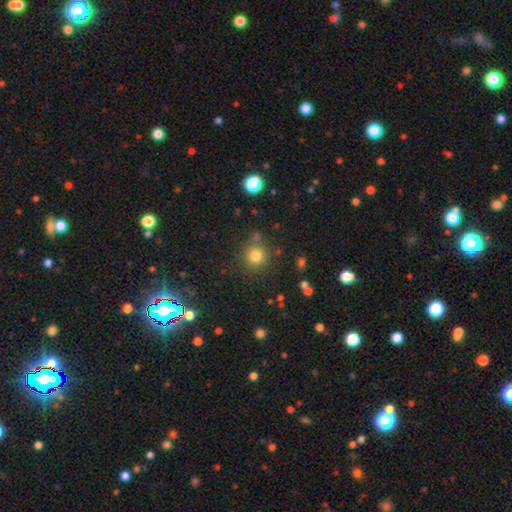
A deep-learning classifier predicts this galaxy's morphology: A smooth galaxy with no disk features (79%) that is round (93%). Merging: none (80%).